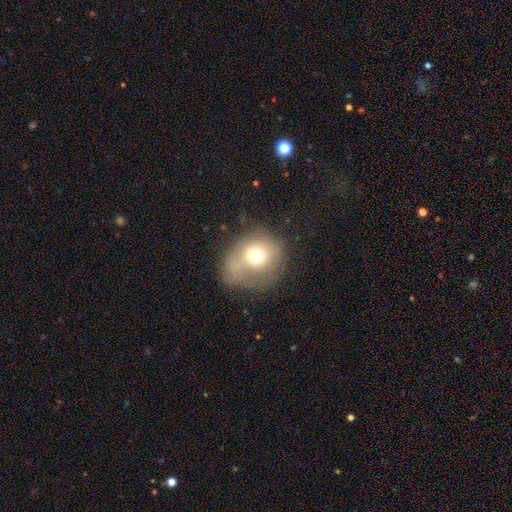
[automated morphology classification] Smooth or featured? Predicted: smooth (p=0.67). How rounded? Predicted: round (p=0.80). Merging? Predicted: none (p=0.43).